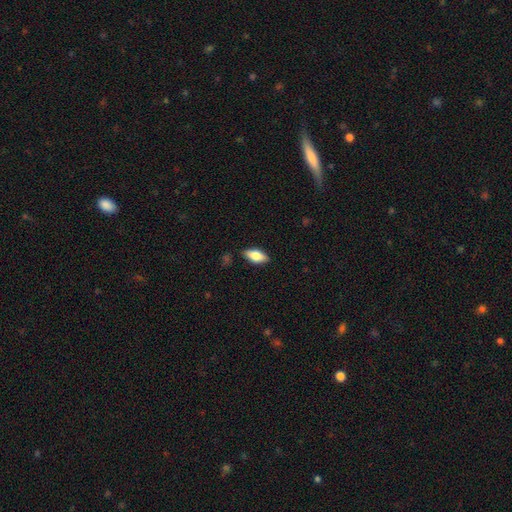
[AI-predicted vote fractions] Q: Smooth or featured?
A: smooth (73%); runner-up: featured or disk (20%)
Q: How rounded?
A: in between (85%); runner-up: cigar-shaped (12%)
Q: Merging?
A: none (84%); runner-up: minor disturbance (12%)